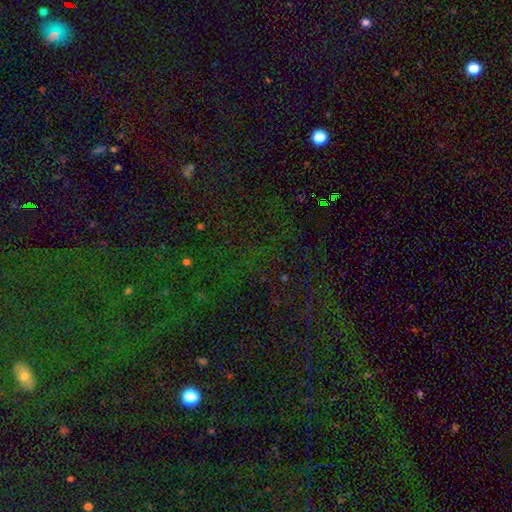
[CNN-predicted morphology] A star or artifact, not a galaxy (78%).